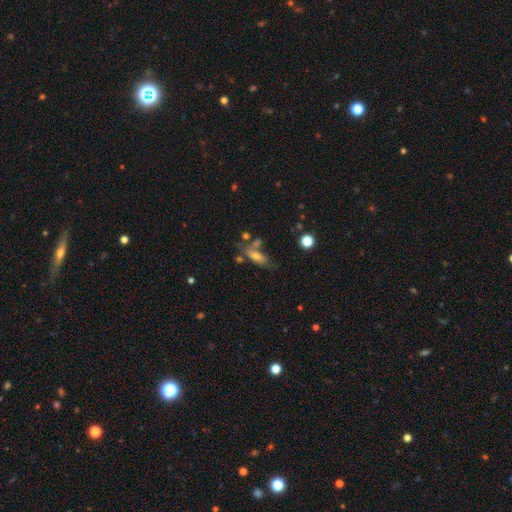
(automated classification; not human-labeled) The model was most divided on "merging": none: 47%, minor disturbance: 20%, merger: 20%, major disturbance: 12%. More confident: how rounded — in between (64%); smooth or featured — smooth (58%).